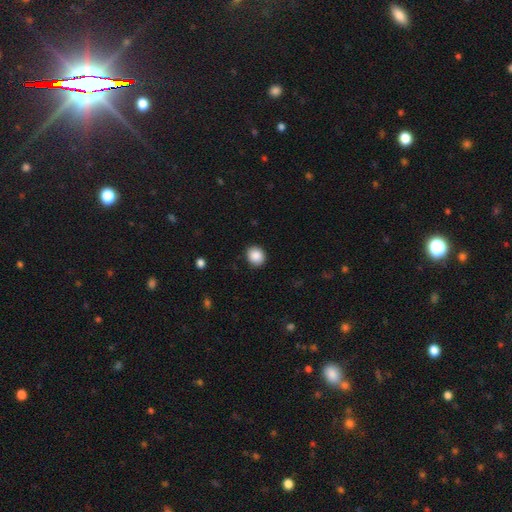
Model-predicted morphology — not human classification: Smooth or featured?
  - smooth: 89% *
  - star or artifact: 8%
  - featured or disk: 3%
How rounded?
  - round: 75% *
  - in between: 24%
  - cigar-shaped: 1%
Merging?
  - none: 89% *
  - minor disturbance: 8%
  - major disturbance: 2%
  - merger: 1%